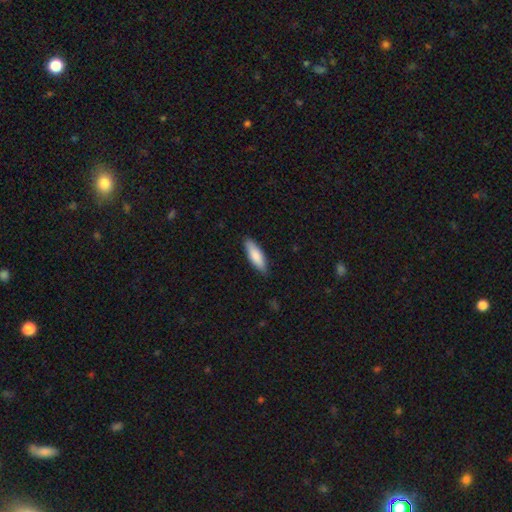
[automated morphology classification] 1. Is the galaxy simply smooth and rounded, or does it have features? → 82% smooth, 12% featured or disk, 5% star or artifact.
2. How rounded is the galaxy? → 52% in between, 46% cigar-shaped, 2% round.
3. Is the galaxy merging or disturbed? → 86% none, 11% minor disturbance, 2% major disturbance, 1% merger.